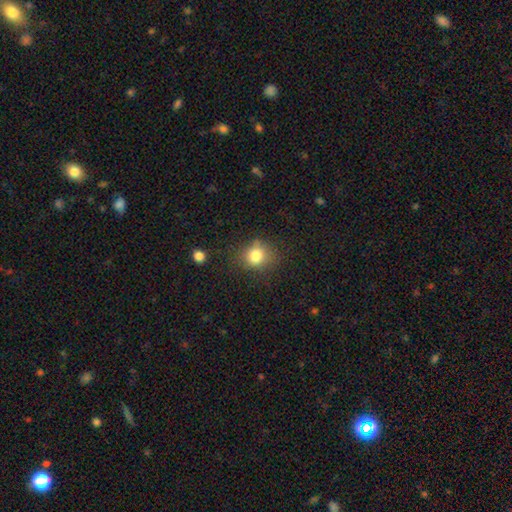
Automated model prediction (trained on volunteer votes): smooth 81%, star or artifact 12%, featured or disk 7%. Down the decision tree: how rounded — round (78%); merging — none (74%).